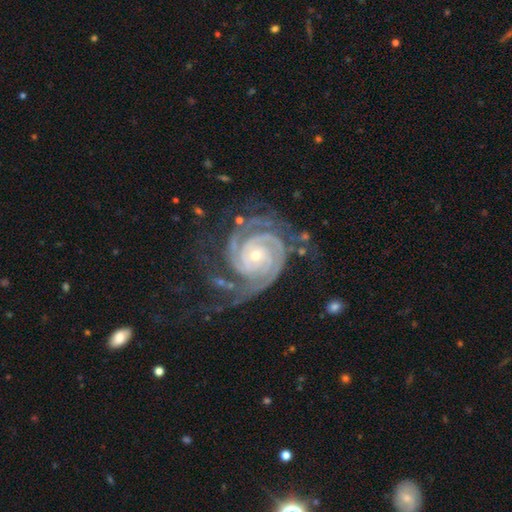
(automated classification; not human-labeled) This is clearly a featured or disk galaxy (93%). It is clearly not viewed edge-on (98%). Bar: likely no (70%). Spiral arm pattern: clearly yes (99%). Spiral arm count: marginally 2 (38%). Spiral winding: clearly tight (81%). Central bulge: likely small (62%). Merging: likely none (61%).